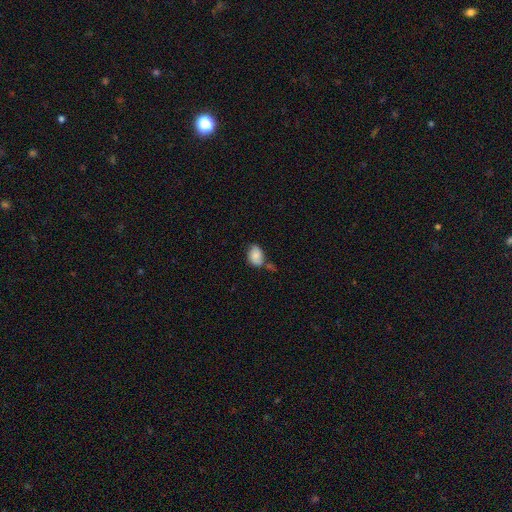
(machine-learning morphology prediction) smooth-or-featured: smooth: 76% | featured or disk: 16% | star or artifact: 9%
  how-rounded: in between: 76% | round: 23% | cigar-shaped: 1%
  merging: none: 44% | minor disturbance: 27% | merger: 20% | major disturbance: 9%